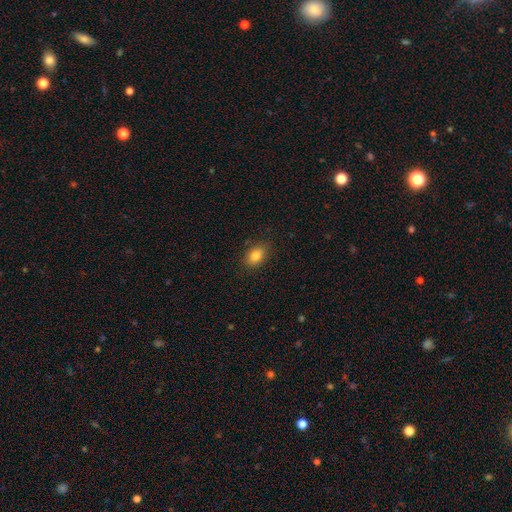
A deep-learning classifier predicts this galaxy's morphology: smooth 85%, star or artifact 9%, featured or disk 6%. Down the decision tree: how rounded — in between (81%); merging — none (85%).